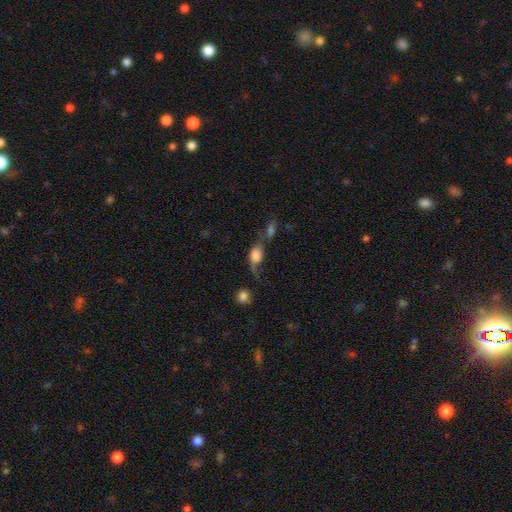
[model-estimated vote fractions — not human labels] This appears to be a smooth galaxy with no disk features (64%) that is in between round and cigar-shaped (75%). Merging: merger (34%).